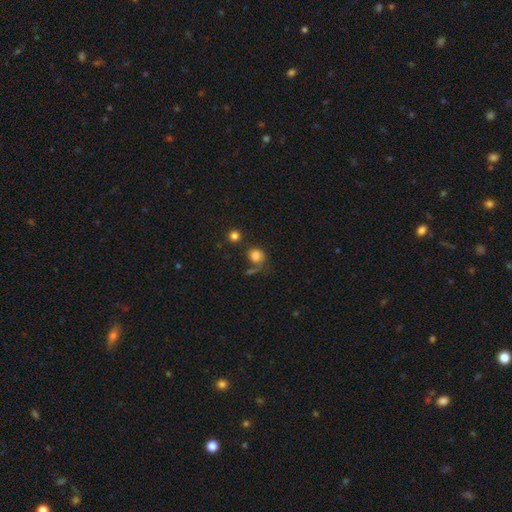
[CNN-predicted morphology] Smooth or featured?
  - smooth: 77% *
  - featured or disk: 13%
  - star or artifact: 10%
How rounded?
  - round: 77% *
  - in between: 21%
  - cigar-shaped: 1%
Merging?
  - none: 48% *
  - major disturbance: 20%
  - minor disturbance: 17%
  - merger: 15%